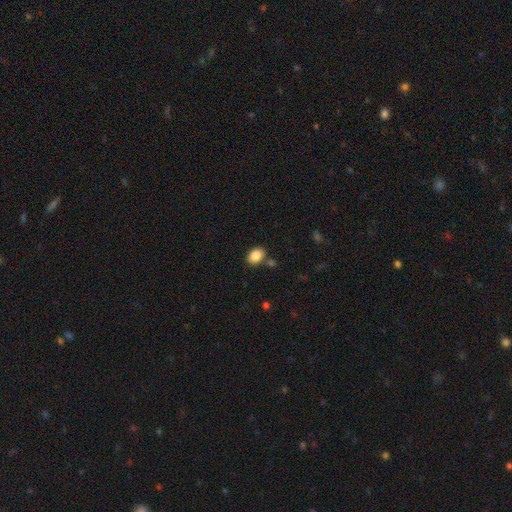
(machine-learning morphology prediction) Smooth or featured? Predicted: smooth (p=0.86). How rounded? Predicted: in between (p=0.70). Merging? Predicted: none (p=0.77).